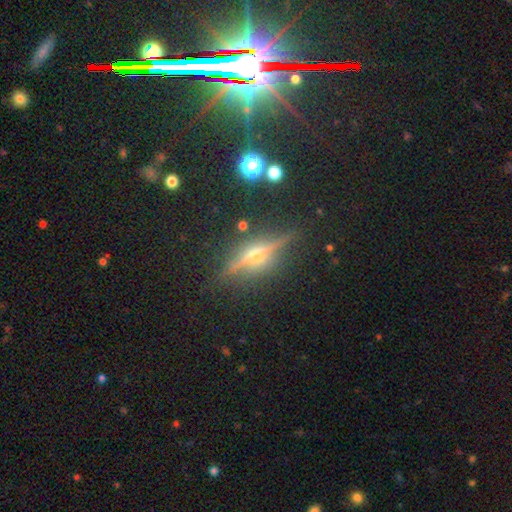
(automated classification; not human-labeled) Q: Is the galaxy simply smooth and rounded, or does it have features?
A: featured or disk — 78%.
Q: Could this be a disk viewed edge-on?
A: yes — 94%.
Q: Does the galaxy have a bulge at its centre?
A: rounded — 93%.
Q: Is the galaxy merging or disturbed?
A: none — 87%.